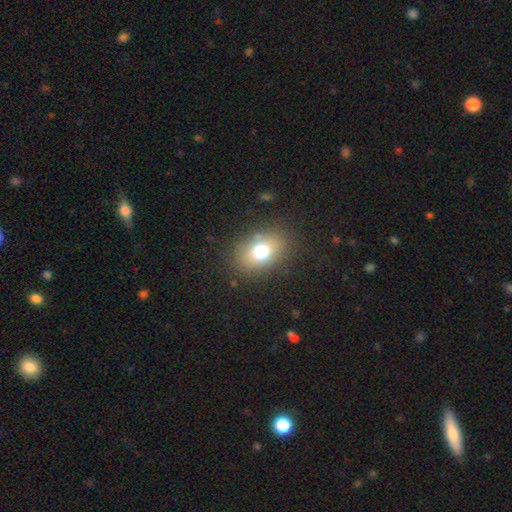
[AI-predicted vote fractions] The model was most divided on "how rounded": in between: 72%, round: 26%, cigar-shaped: 2%. More confident: merging — none (87%); smooth or featured — smooth (74%).